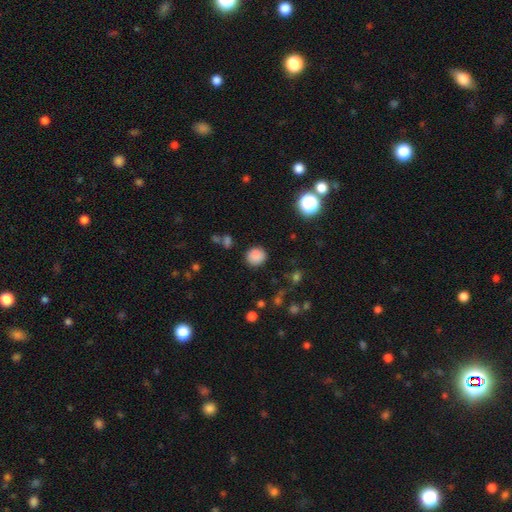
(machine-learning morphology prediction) Q: Smooth or featured?
A: smooth (84%); runner-up: star or artifact (11%)
Q: How rounded?
A: round (85%); runner-up: in between (14%)
Q: Merging?
A: none (87%); runner-up: minor disturbance (8%)